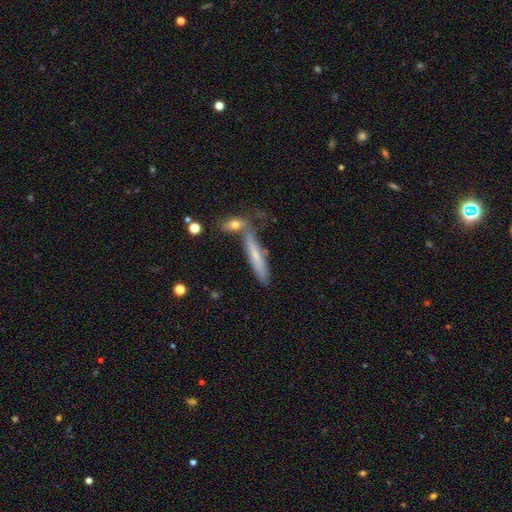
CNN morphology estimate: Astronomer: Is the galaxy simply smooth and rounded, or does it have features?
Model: smooth — 59%.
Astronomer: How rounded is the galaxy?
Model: cigar-shaped — 88%.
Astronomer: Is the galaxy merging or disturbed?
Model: none — 63%.